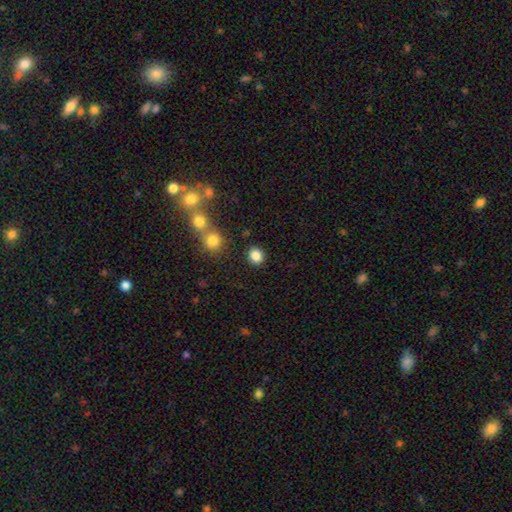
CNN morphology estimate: Smooth or featured? Predicted: smooth (p=0.85). How rounded? Predicted: round (p=0.75). Merging? Predicted: none (p=0.85).